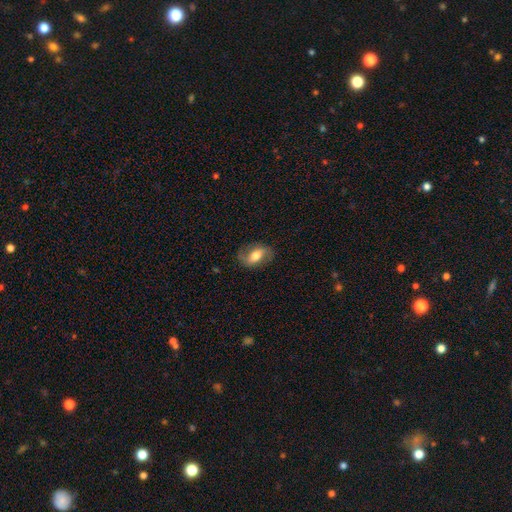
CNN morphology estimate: Smooth or featured? featured or disk (52%)
Edge-on disk? no (93%)
Merging? none (78%)